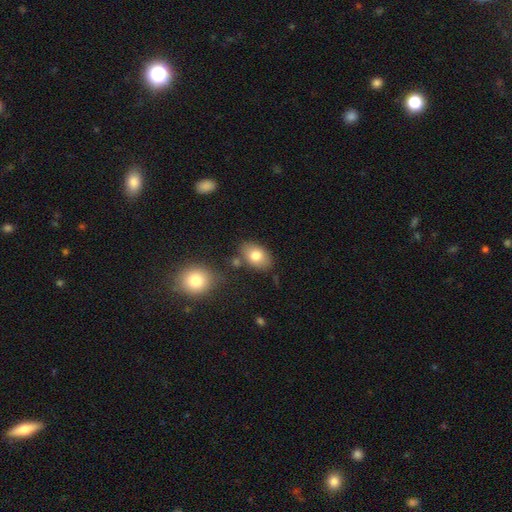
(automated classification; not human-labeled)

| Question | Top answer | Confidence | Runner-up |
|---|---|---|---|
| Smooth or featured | smooth | 78% | featured or disk (14%) |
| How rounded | in between | 85% | round (14%) |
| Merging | none | 76% | minor disturbance (14%) |